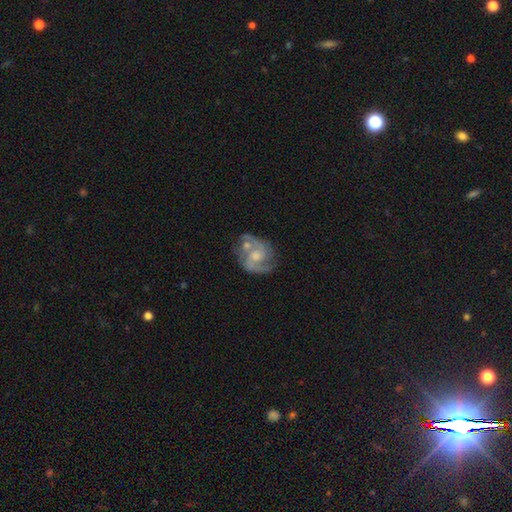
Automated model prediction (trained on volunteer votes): This is clearly a featured or disk galaxy (83%). It is clearly not viewed edge-on (98%). Bar: possibly no (60%). Spiral arm pattern: clearly yes (93%). Spiral arm count: likely 2 (62%). Spiral winding: possibly medium (51%). Central bulge: possibly moderate (52%). Merging: possibly none (58%).